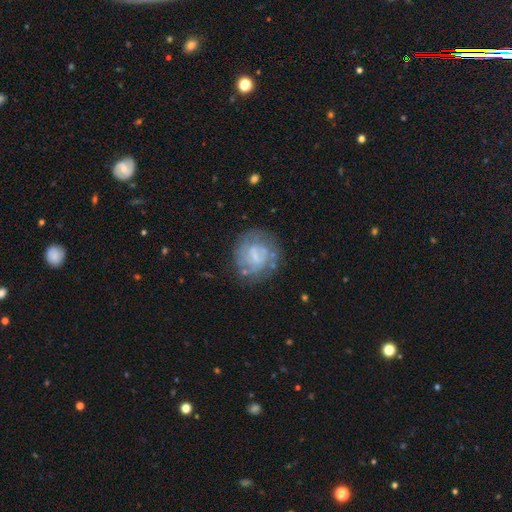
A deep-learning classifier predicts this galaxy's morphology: This appears to be a featured or disk galaxy (63%) with a weak bar (49%), spiral arms (60%) and no central bulge (40%). Merging: none (65%).